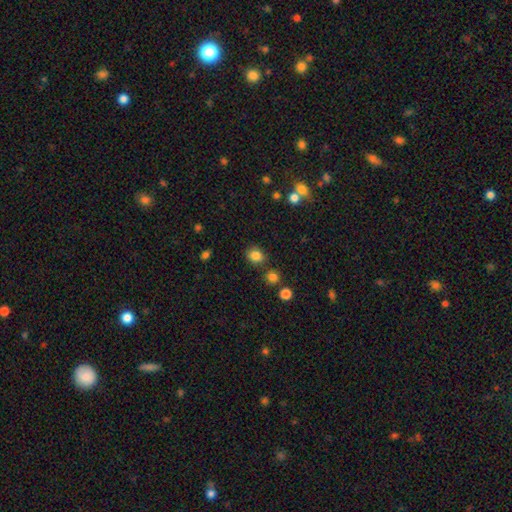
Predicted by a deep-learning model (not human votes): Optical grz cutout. It shows a smooth galaxy with no disk features (84%) that is round (67%). Merging: none (80%).